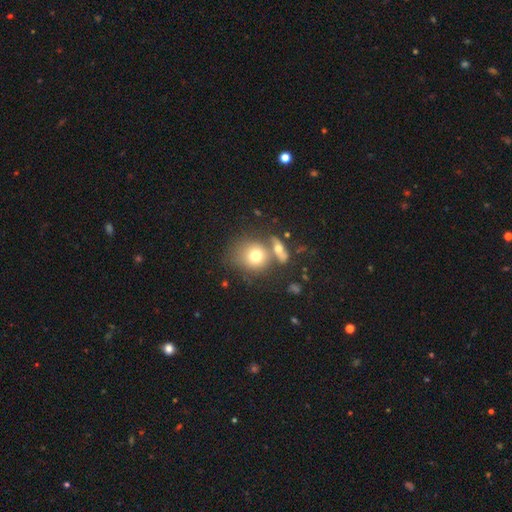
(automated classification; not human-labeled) Smooth or featured?
  - smooth: 71% *
  - featured or disk: 19%
  - star or artifact: 9%
How rounded?
  - round: 75% *
  - in between: 23%
  - cigar-shaped: 1%
Merging?
  - none: 47% *
  - merger: 33%
  - minor disturbance: 13%
  - major disturbance: 7%